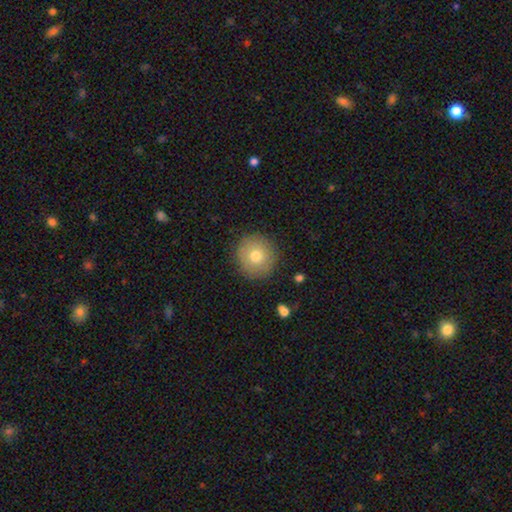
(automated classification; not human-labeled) Morphology: type=smooth (74%); roundness=round (94%); merging=none (89%).